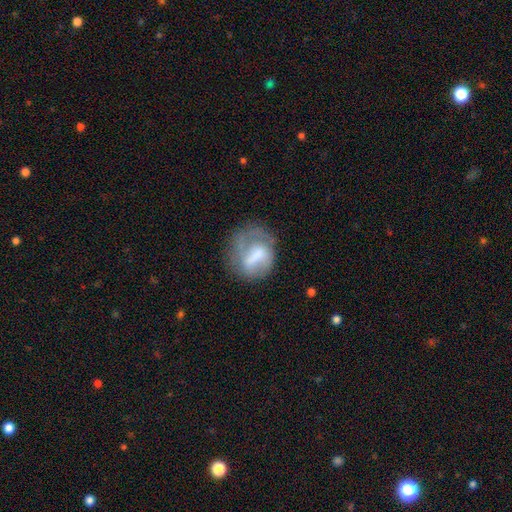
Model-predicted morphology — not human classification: type=smooth (47%); merging=none (48%).